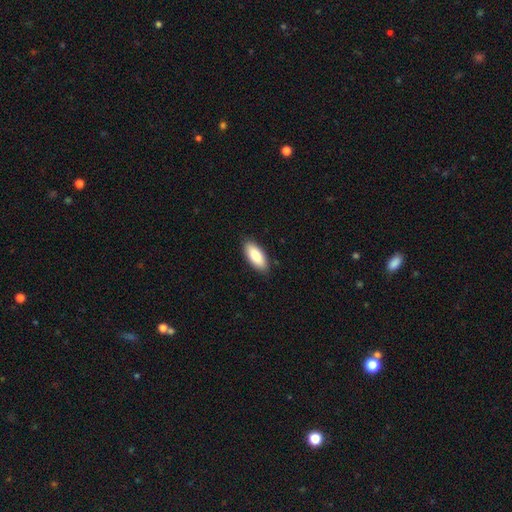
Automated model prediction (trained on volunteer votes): The model was most divided on "how rounded": in between: 84%, cigar-shaped: 14%, round: 2%. More confident: merging — none (87%); smooth or featured — smooth (86%).